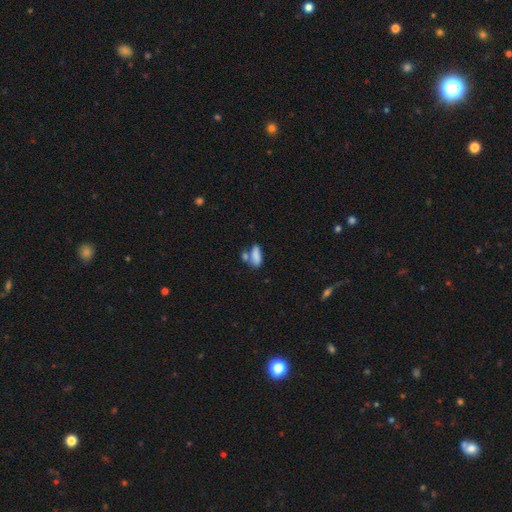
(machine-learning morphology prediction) Smooth or featured: smooth — 82% (featured or disk — 10%)
How rounded: in between — 78% (cigar-shaped — 18%)
Merging: none — 40% (merger — 39%)